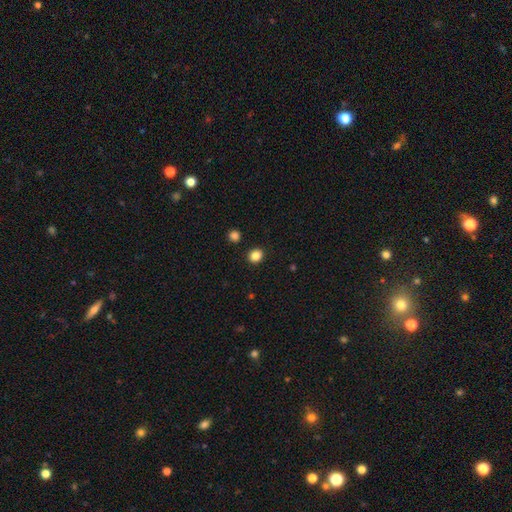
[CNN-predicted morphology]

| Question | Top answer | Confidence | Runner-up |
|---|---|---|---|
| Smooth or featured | smooth | 85% | star or artifact (11%) |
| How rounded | round | 79% | in between (20%) |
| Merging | none | 91% | minor disturbance (5%) |